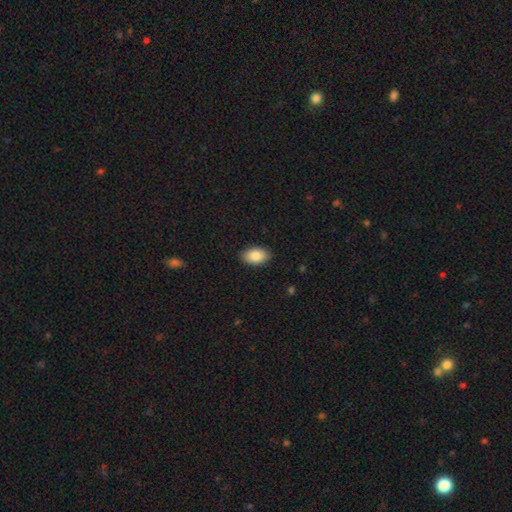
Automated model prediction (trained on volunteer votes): The model was most divided on "merging": none: 88%, minor disturbance: 9%, major disturbance: 2%, merger: 1%. More confident: how rounded — in between (92%); smooth or featured — smooth (86%).